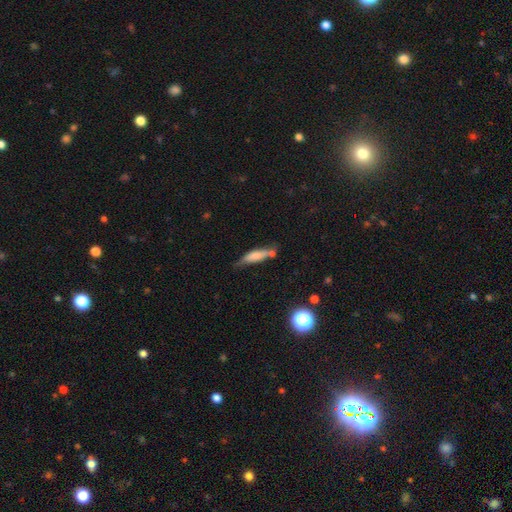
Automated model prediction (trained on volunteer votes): smooth_or_featured: smooth (p=0.65) [alt: featured or disk p=0.26]
how_rounded: cigar-shaped (p=0.66) [alt: in between p=0.32]
merging: none (p=0.49) [alt: minor disturbance p=0.27]